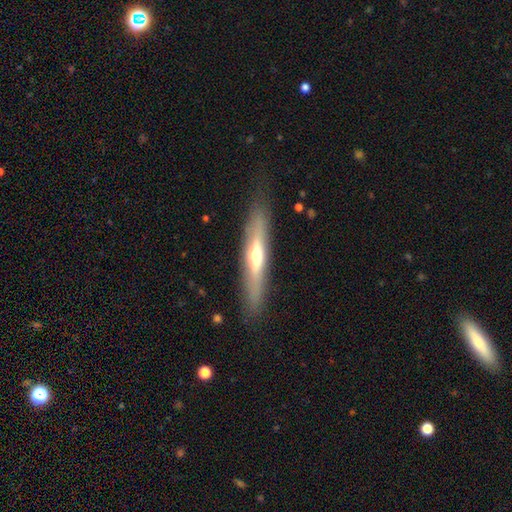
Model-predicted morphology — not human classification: A featured or disk galaxy (56%) viewed edge-on (86%). Merging: none (84%).